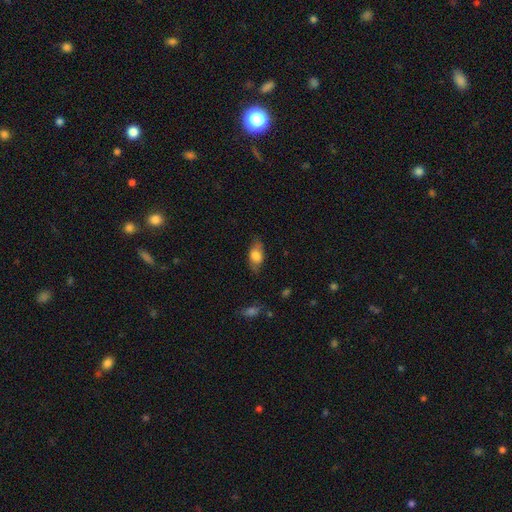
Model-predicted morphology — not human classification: This appears to be a smooth galaxy with no disk features (73%) that is in between round and cigar-shaped (86%). Merging: none (75%).